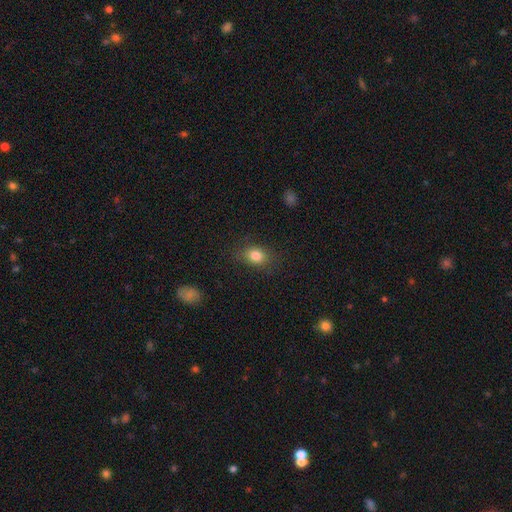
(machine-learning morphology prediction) A smooth galaxy with no disk features (82%) that is in between round and cigar-shaped (59%).

Vote fractions:
- Smooth or featured? smooth: 82% / star or artifact: 11% / featured or disk: 8%
- How rounded? in between: 59% / round: 39% / cigar-shaped: 2%
- Merging? none: 81% / minor disturbance: 14% / major disturbance: 4% / merger: 1%